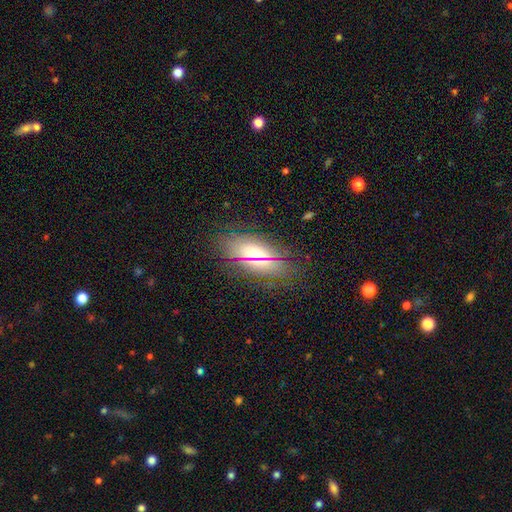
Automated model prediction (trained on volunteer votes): Smooth or featured? smooth (60%)
How rounded? in between (84%)
Merging? none (82%)